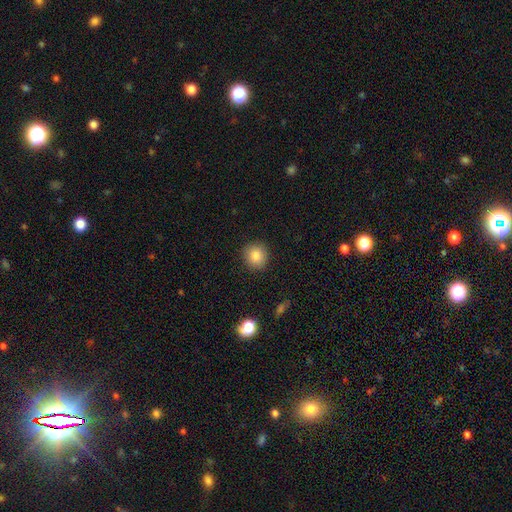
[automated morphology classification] smooth-or-featured: smooth: 85% | star or artifact: 10% | featured or disk: 6%
  how-rounded: round: 91% | in between: 8% | cigar-shaped: 1%
  merging: none: 91% | minor disturbance: 6% | major disturbance: 2% | merger: 1%